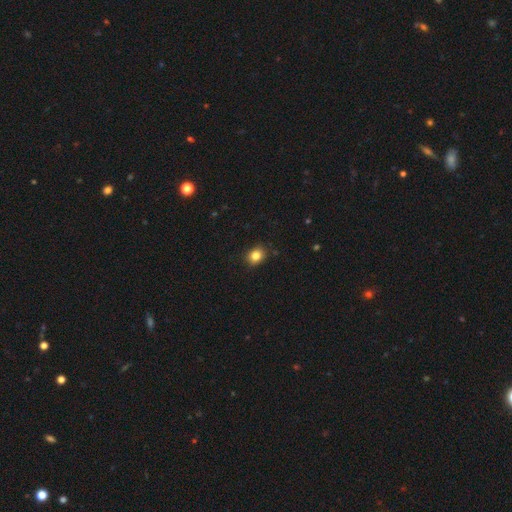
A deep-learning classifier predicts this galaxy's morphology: type=smooth (84%); roundness=round (62%); merging=none (87%).